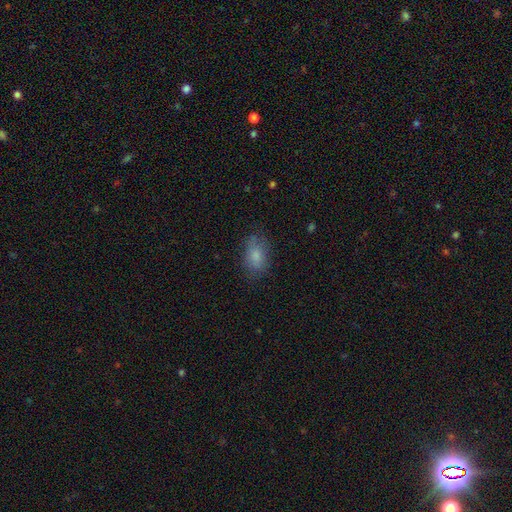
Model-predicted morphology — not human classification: Smooth or featured: smooth — 80% (featured or disk — 11%)
How rounded: in between — 86% (round — 12%)
Merging: none — 72% (minor disturbance — 20%)